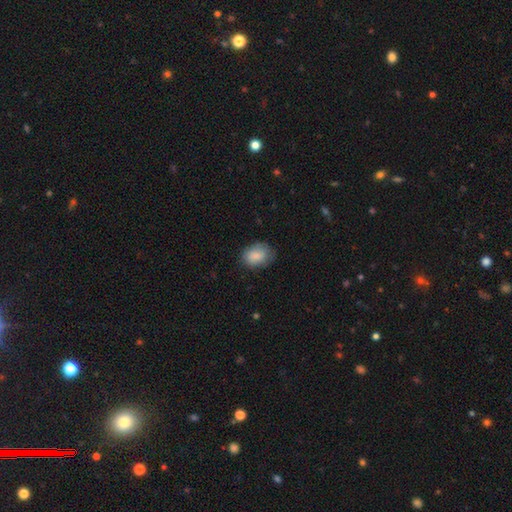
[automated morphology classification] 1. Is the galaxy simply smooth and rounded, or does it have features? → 86% smooth, 7% star or artifact, 7% featured or disk.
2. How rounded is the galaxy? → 72% in between, 27% round, 1% cigar-shaped.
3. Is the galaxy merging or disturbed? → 69% none, 24% minor disturbance, 6% major disturbance, 1% merger.